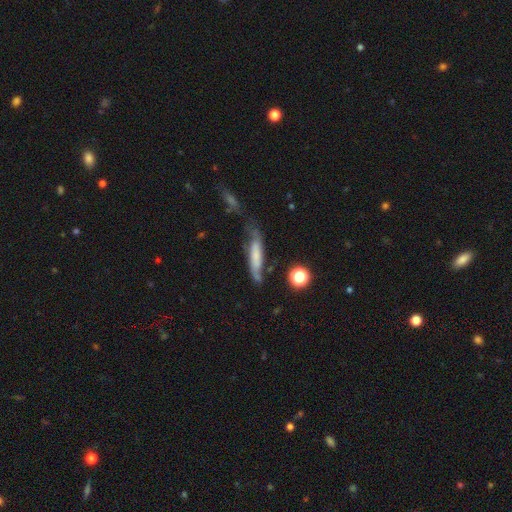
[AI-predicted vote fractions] A smooth galaxy with no disk features (46%). Merging: none (45%).